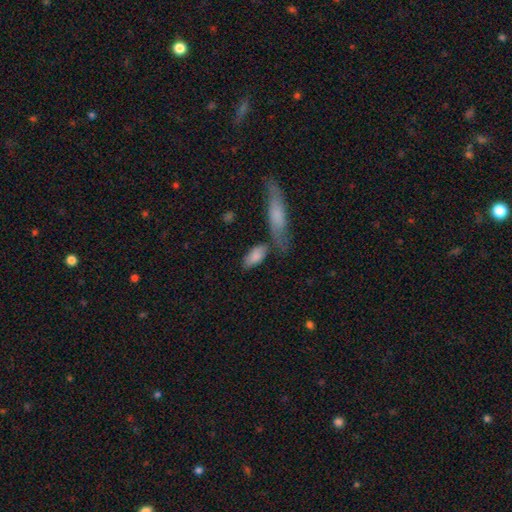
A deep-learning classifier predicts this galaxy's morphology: smooth 82%, featured or disk 12%, star or artifact 6%. Down the decision tree: how rounded — in between (84%); merging — none (58%).